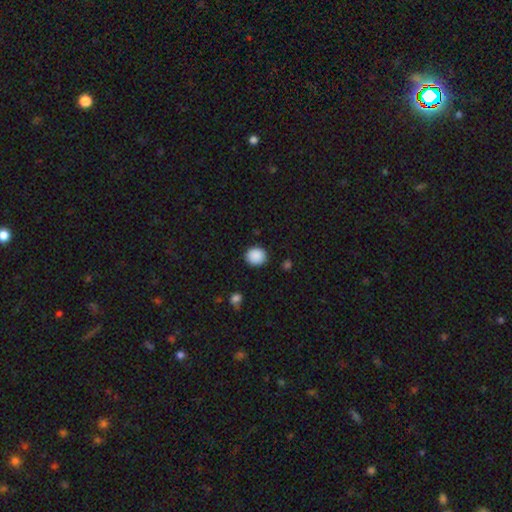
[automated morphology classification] A smooth galaxy with no disk features (89%) that is round (86%). Merging: none (89%).